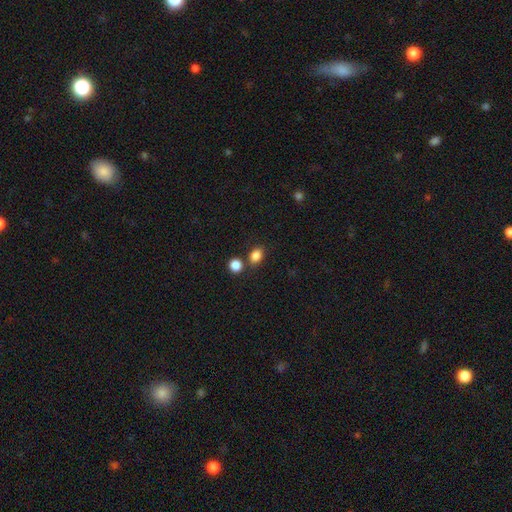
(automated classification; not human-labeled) Smooth or featured?
  - smooth: 85% *
  - star or artifact: 11%
  - featured or disk: 4%
How rounded?
  - in between: 63% *
  - round: 35%
  - cigar-shaped: 1%
Merging?
  - none: 70% *
  - merger: 16%
  - minor disturbance: 11%
  - major disturbance: 3%